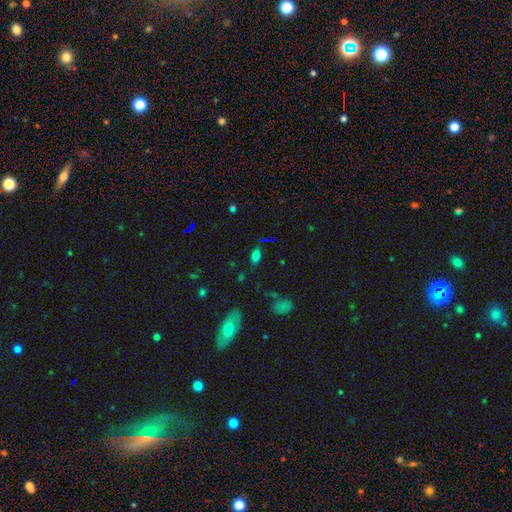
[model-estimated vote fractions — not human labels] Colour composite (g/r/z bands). It shows a smooth galaxy with no disk features (71%) that is in between round and cigar-shaped (85%). Merging: none (78%).